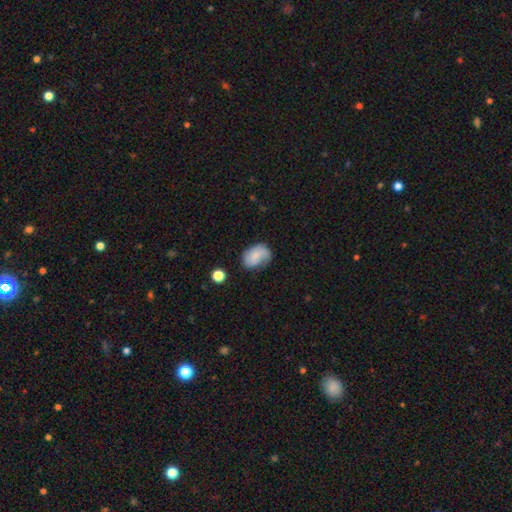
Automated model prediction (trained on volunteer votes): The model was most divided on "merging": none: 52%, minor disturbance: 31%, major disturbance: 14%, merger: 3%. More confident: how rounded — in between (75%); smooth or featured — smooth (63%).